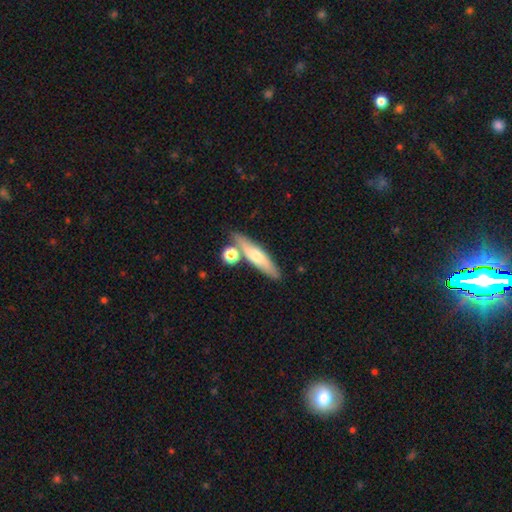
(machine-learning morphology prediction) Smooth or featured?
  - smooth: 52% *
  - featured or disk: 42%
  - star or artifact: 7%
How rounded?
  - cigar-shaped: 72% *
  - in between: 24%
  - round: 4%
Merging?
  - none: 71% *
  - merger: 14%
  - minor disturbance: 12%
  - major disturbance: 3%